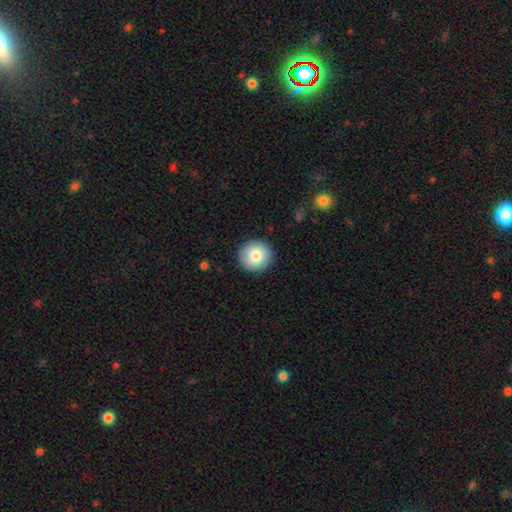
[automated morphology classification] A smooth galaxy with no disk features (83%) that is round (94%).

Vote fractions:
- Smooth or featured? smooth: 83% / featured or disk: 9% / star or artifact: 7%
- How rounded? round: 94% / in between: 5% / cigar-shaped: 1%
- Merging? none: 92% / minor disturbance: 6% / major disturbance: 2% / merger: 1%